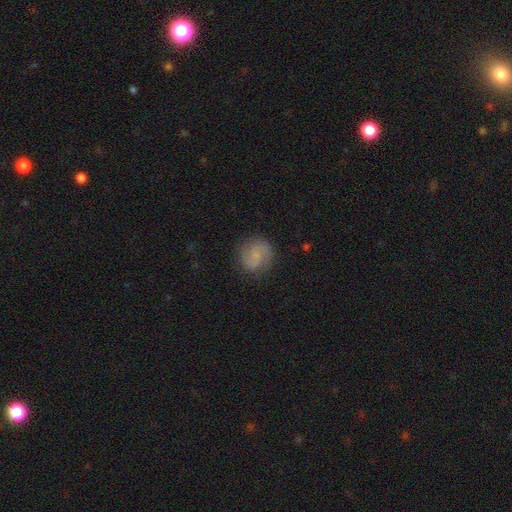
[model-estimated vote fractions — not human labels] Smooth or featured? Predicted: featured or disk (p=0.62). Edge-on disk? Predicted: no (p=0.98). Bar? Predicted: no (p=0.55). Spiral arms? Predicted: yes (p=0.94). Spiral winding? Predicted: medium (p=0.50). Spiral arm count? Predicted: 2 (p=0.87). Bulge size? Predicted: small (p=0.54). Merging? Predicted: none (p=0.81).